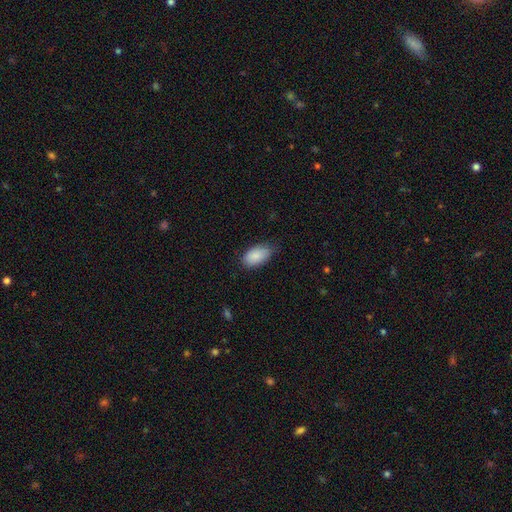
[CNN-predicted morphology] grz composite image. It shows a smooth galaxy with no disk features (88%) that is in between round and cigar-shaped (94%). Merging: none (72%).